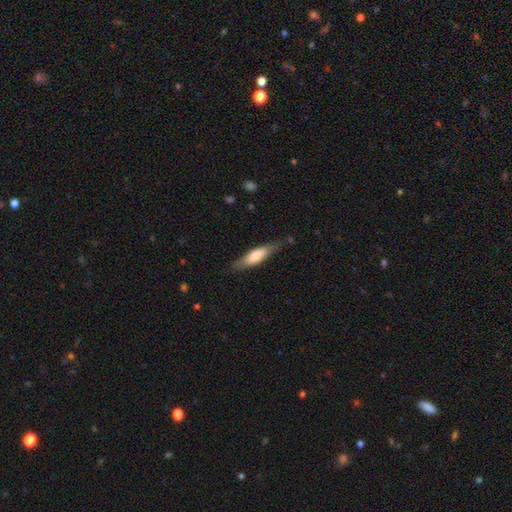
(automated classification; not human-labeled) Morphology: type=smooth (65%); roundness=cigar-shaped (66%); merging=none (77%).